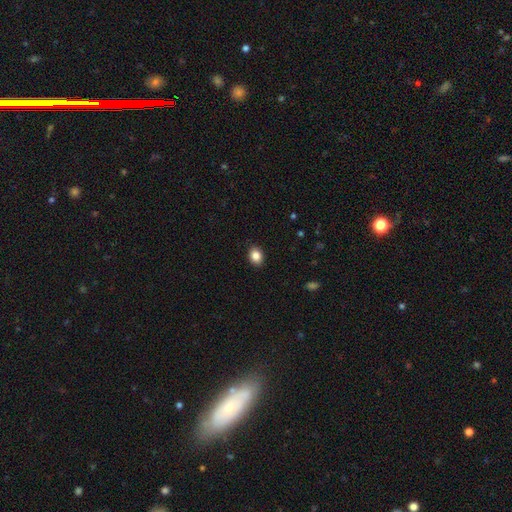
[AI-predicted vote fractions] Smooth or featured? smooth (87%)
How rounded? in between (62%)
Merging? none (90%)